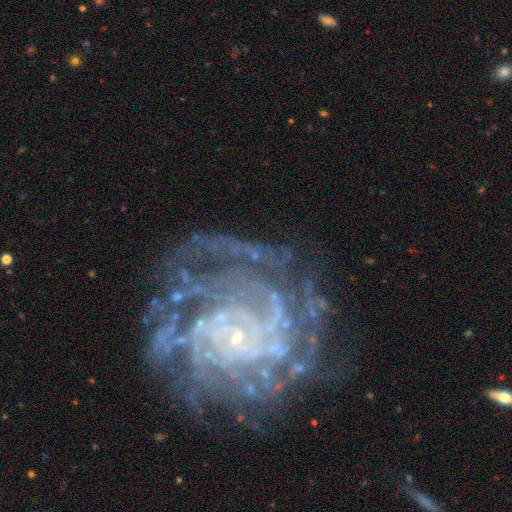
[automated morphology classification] A featured or disk galaxy (87%) with no bar (72%), tight (70%) spiral arms (96%) and a small central bulge (84%).

Vote fractions:
- Smooth or featured? featured or disk: 87% / star or artifact: 8% / smooth: 5%
- Edge-on disk? no: 98% / yes: 2%
- Bar? no: 72% / weak: 21% / strong: 7%
- Spiral arms? yes: 96% / no: 4%
- Spiral winding? tight: 70% / medium: 24% / loose: 6%
- Spiral arm count? can't tell: 26% / more than 4: 23% / 4: 19% / 3: 12% / 2: 11% / 1: 8%
- Bulge size? small: 84% / none: 8% / moderate: 6% / large: 1% / dominant: 1%
- Merging? none: 68% / minor disturbance: 17% / major disturbance: 13% / merger: 3%